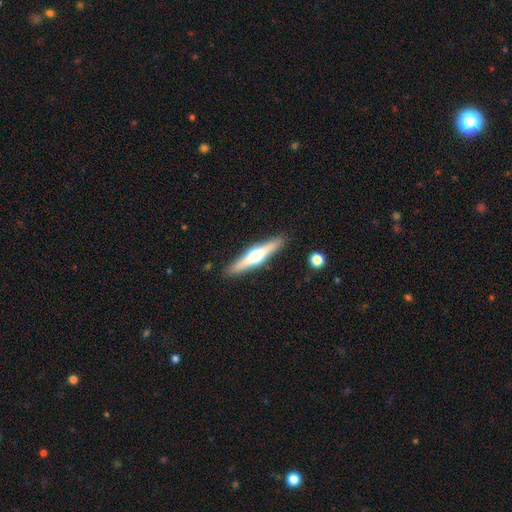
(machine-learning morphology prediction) A featured or disk galaxy (65%) viewed edge-on (97%) with a rounded central bulge (94%). Merging: none (90%).